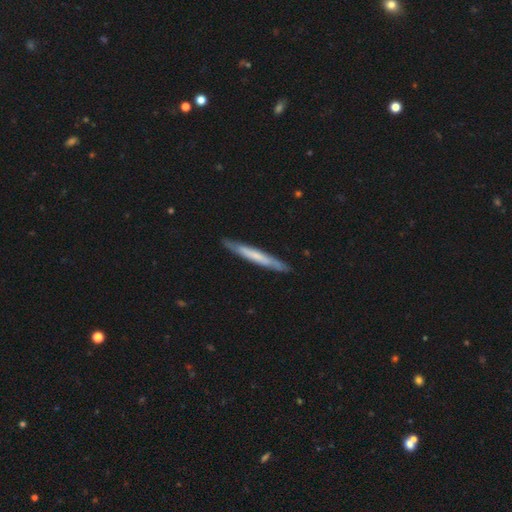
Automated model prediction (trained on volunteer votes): This appears to be a smooth galaxy with no disk features (48%). Merging: none (87%).